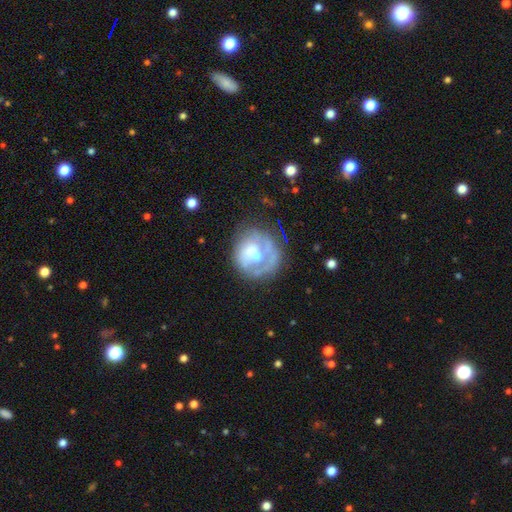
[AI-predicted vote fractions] Overall: featured or disk (56%; smooth 35%). Edge-on disk: no (98%). Bar: no (74%). Spiral arms: no (68%; yes 32%). Bulge size: moderate (34%; none 25%). Merging: none (53%; major disturbance 22%).